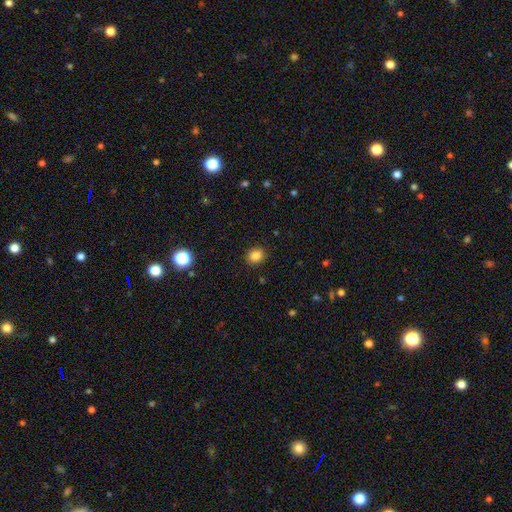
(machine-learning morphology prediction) type=smooth (84%); roundness=round (74%); merging=none (90%).